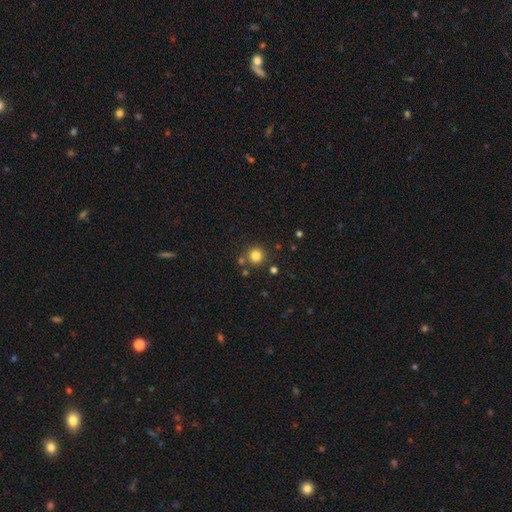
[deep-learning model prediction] smooth_or_featured: smooth (p=0.82) [alt: star or artifact p=0.13]
how_rounded: round (p=0.94) [alt: in between p=0.05]
merging: none (p=0.81) [alt: merger p=0.09]